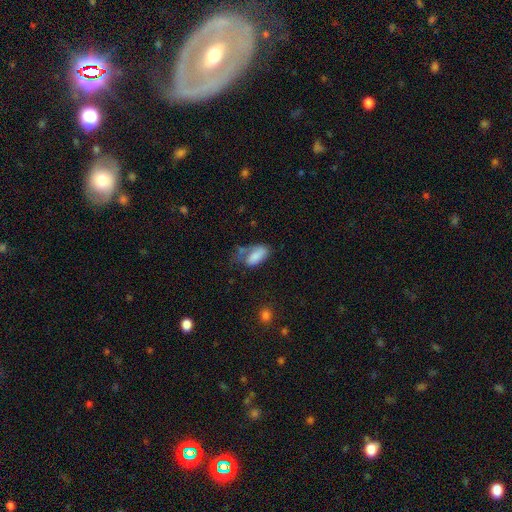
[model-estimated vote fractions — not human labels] smooth-or-featured: smooth: 82% | featured or disk: 11% | star or artifact: 8%
  how-rounded: in between: 91% | cigar-shaped: 6% | round: 3%
  merging: none: 40% | minor disturbance: 29% | major disturbance: 19% | merger: 12%